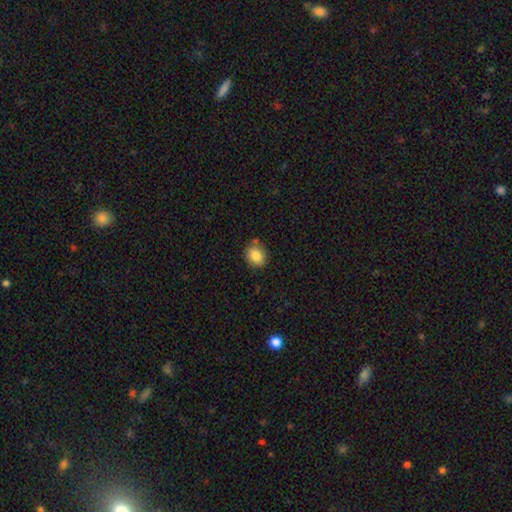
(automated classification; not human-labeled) Smooth or featured?
  - smooth: 84% *
  - star or artifact: 9%
  - featured or disk: 7%
How rounded?
  - round: 59% *
  - in between: 40%
  - cigar-shaped: 1%
Merging?
  - none: 80% *
  - minor disturbance: 13%
  - merger: 5%
  - major disturbance: 3%